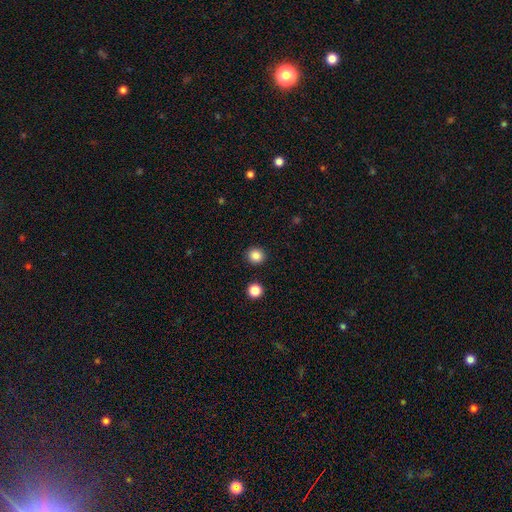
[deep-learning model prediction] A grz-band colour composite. It shows a smooth galaxy with no disk features (85%) that is round (90%). Merging: none (92%).